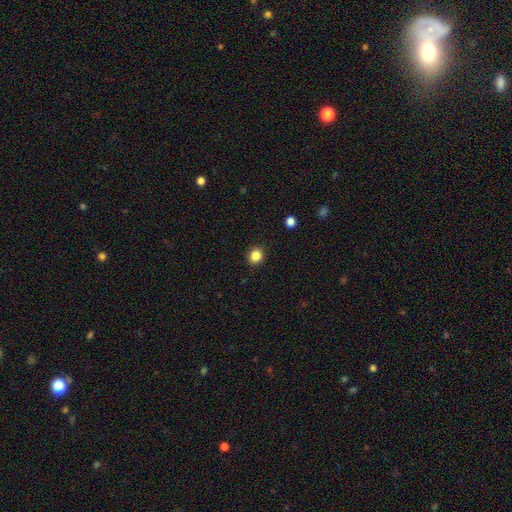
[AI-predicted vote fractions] smooth-or-featured: smooth: 85% | star or artifact: 11% | featured or disk: 4%
  how-rounded: round: 79% | in between: 20% | cigar-shaped: 1%
  merging: none: 90% | minor disturbance: 7% | major disturbance: 2% | merger: 1%